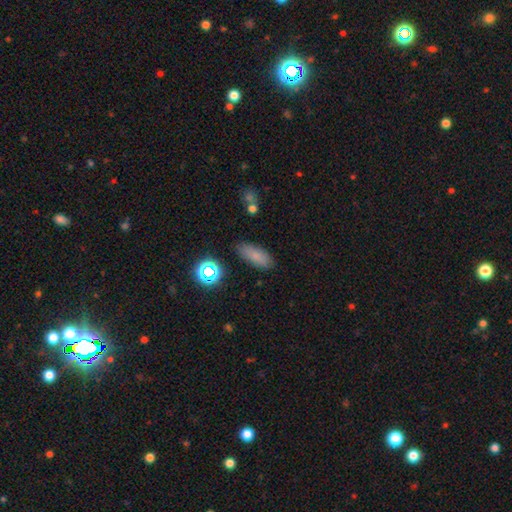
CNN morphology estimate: This is likely a smooth galaxy (77%). How rounded: likely in between (78%). Merging: clearly none (81%).